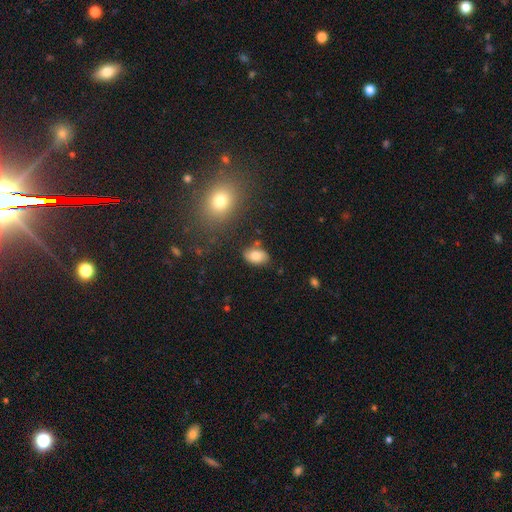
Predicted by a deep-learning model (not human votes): A smooth galaxy with no disk features (79%) that is in between round and cigar-shaped (90%).

Vote fractions:
- Smooth or featured? smooth: 79% / featured or disk: 12% / star or artifact: 9%
- How rounded? in between: 90% / round: 9% / cigar-shaped: 2%
- Merging? none: 78% / minor disturbance: 14% / merger: 5% / major disturbance: 3%